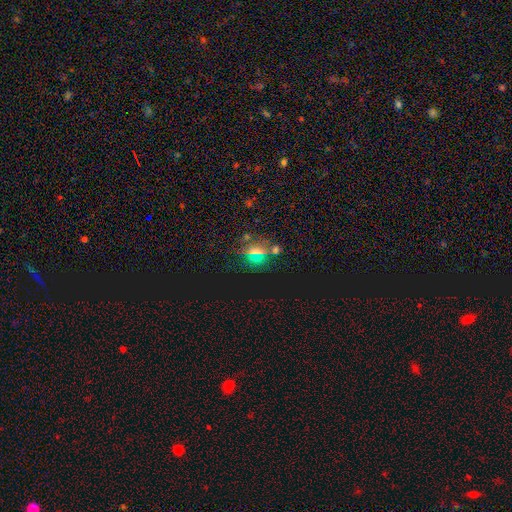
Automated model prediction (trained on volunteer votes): Smooth or featured?
  - star or artifact: 47% *
  - smooth: 38%
  - featured or disk: 15%